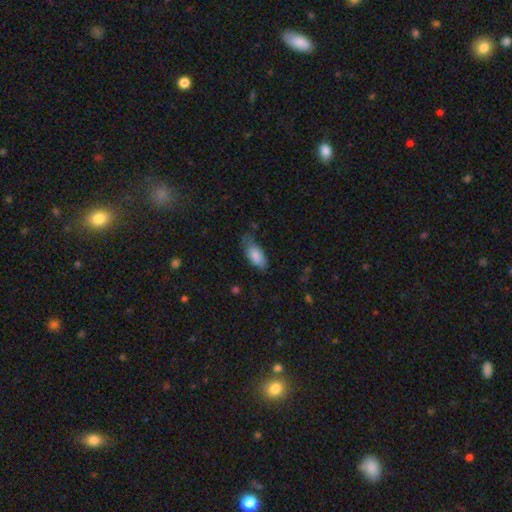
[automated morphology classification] smooth-or-featured: smooth: 82% | featured or disk: 11% | star or artifact: 7%
  how-rounded: in between: 89% | cigar-shaped: 8% | round: 2%
  merging: none: 51% | minor disturbance: 34% | major disturbance: 12% | merger: 2%